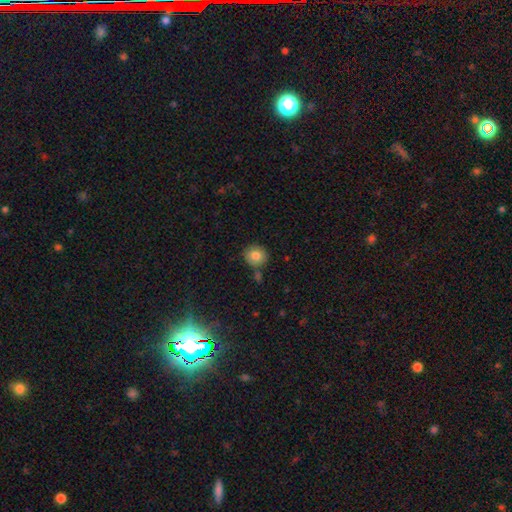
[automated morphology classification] This appears to be a smooth galaxy with no disk features (82%) that is round (86%). Merging: none (79%).